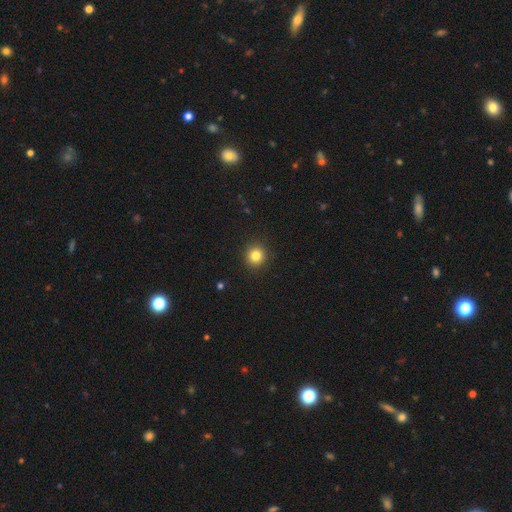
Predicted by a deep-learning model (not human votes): The model was most divided on "smooth or featured": smooth: 83%, star or artifact: 12%, featured or disk: 5%. More confident: how rounded — round (92%); merging — none (92%).